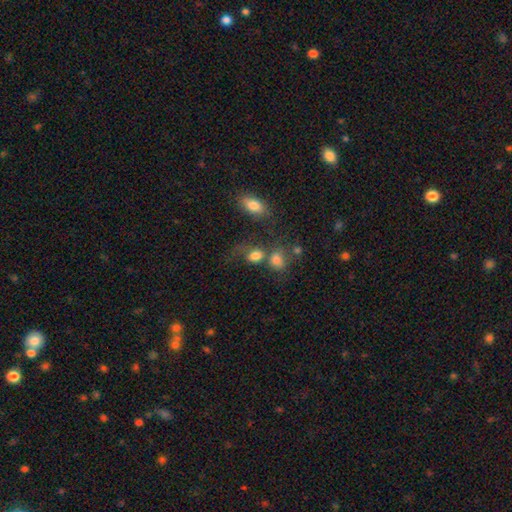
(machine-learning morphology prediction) type=smooth (79%); roundness=in between (52%); merging=none (36%).